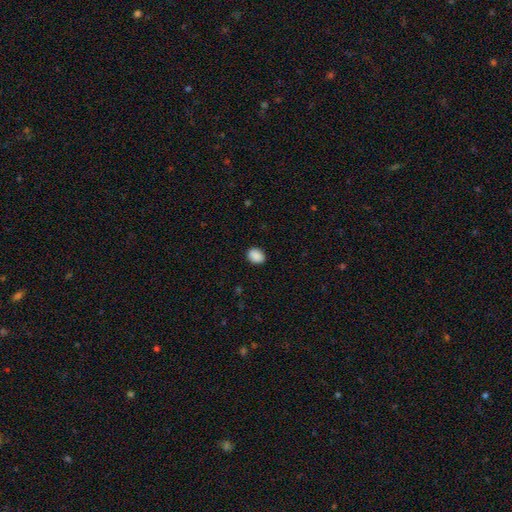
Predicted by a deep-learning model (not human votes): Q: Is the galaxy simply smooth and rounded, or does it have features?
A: smooth — 89%.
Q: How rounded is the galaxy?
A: in between — 61%.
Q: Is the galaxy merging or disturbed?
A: none — 88%.